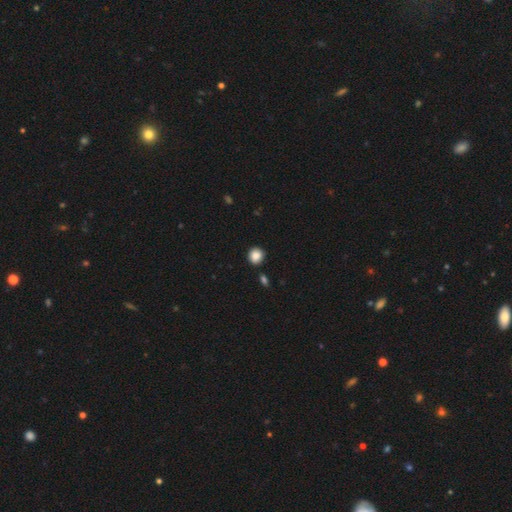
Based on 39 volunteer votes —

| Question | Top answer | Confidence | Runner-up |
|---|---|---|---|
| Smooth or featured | smooth | 90% | star or artifact (8%) |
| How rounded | round | 89% | in between (11%) |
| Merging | none | 78% | minor disturbance (14%) |